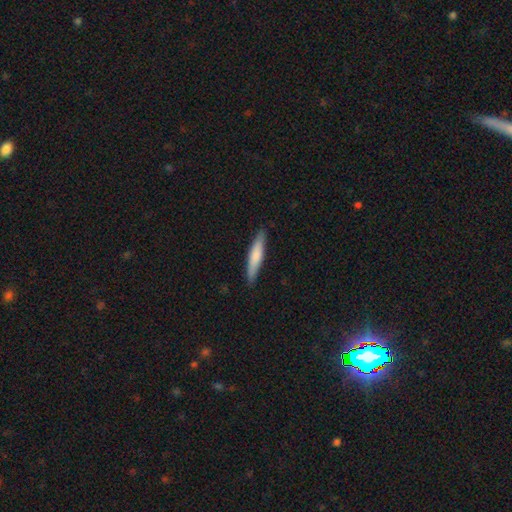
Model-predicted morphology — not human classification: Overall: smooth (70%). How rounded: cigar-shaped (88%). Merging: none (88%).